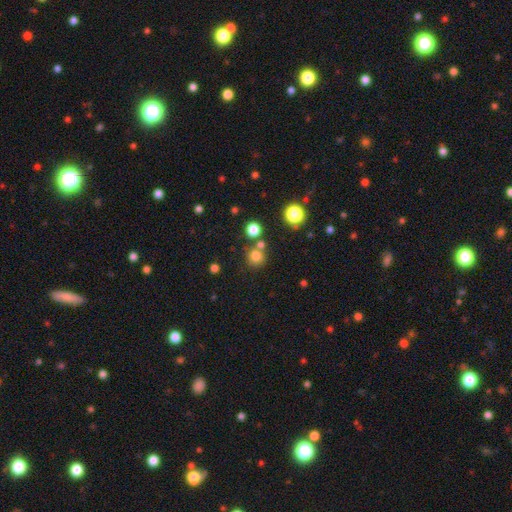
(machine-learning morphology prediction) A smooth galaxy with no disk features (77%) that is round (90%). Merging: none (70%).